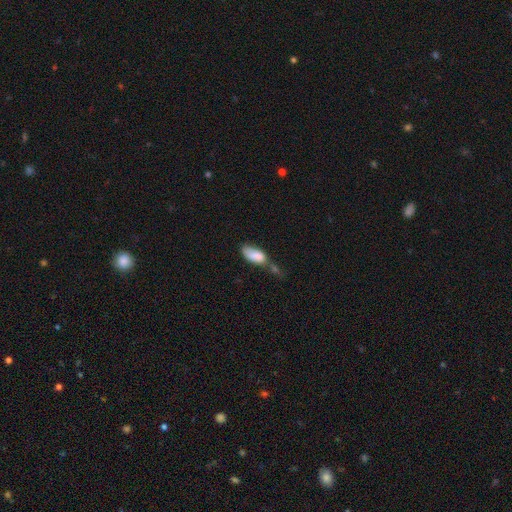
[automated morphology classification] This appears to be a smooth galaxy with no disk features (80%) that is in between round and cigar-shaped (84%). Merging: merger (36%).